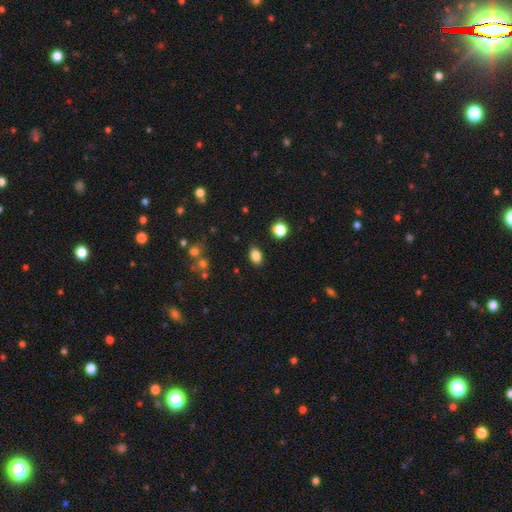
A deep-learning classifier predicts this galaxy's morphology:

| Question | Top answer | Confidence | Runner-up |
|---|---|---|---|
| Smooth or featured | smooth | 85% | star or artifact (11%) |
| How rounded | in between | 79% | round (20%) |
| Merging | none | 86% | minor disturbance (10%) |